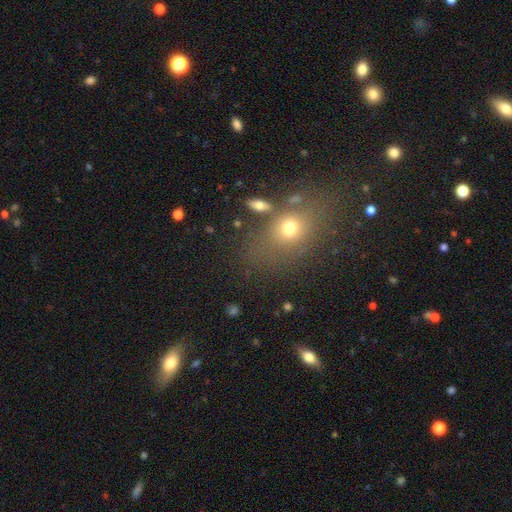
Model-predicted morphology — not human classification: smooth_or_featured: smooth (p=0.61) [alt: star or artifact p=0.24]
how_rounded: in between (p=0.59) [alt: round p=0.37]
merging: none (p=0.72) [alt: minor disturbance p=0.12]